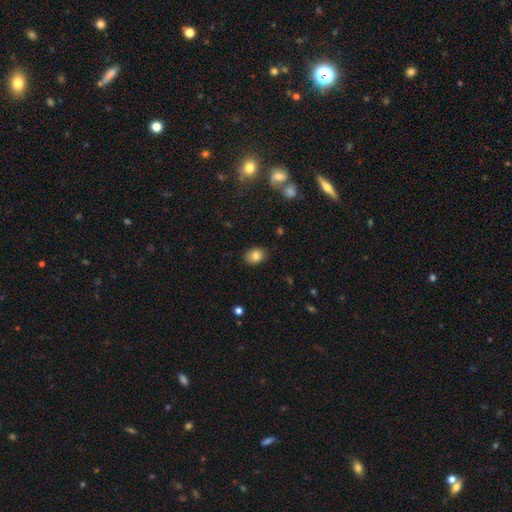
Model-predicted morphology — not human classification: Smooth or featured: smooth — 82% (star or artifact — 10%)
How rounded: in between — 61% (round — 38%)
Merging: none — 86% (minor disturbance — 11%)